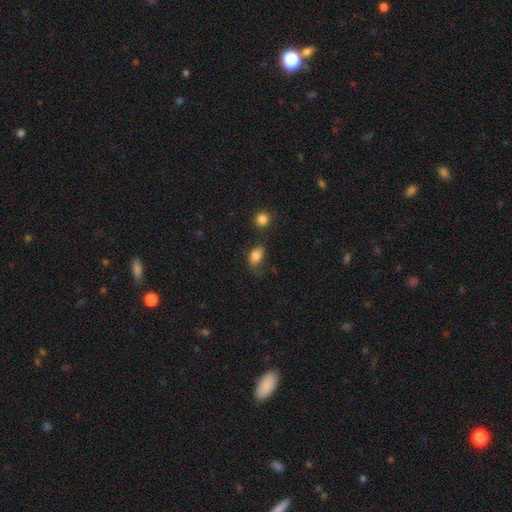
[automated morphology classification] Smooth or featured?
  - smooth: 83% *
  - star or artifact: 9%
  - featured or disk: 8%
How rounded?
  - in between: 84% *
  - round: 13%
  - cigar-shaped: 2%
Merging?
  - none: 58% *
  - minor disturbance: 27%
  - major disturbance: 9%
  - merger: 6%